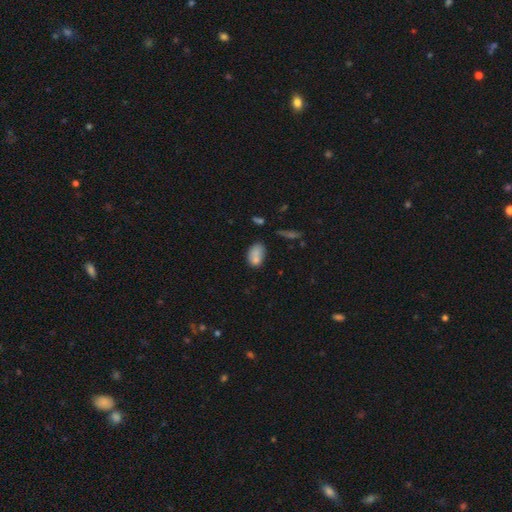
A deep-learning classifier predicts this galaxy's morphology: This appears to be a smooth galaxy with no disk features (79%) that is in between round and cigar-shaped (85%). Merging: none (48%).